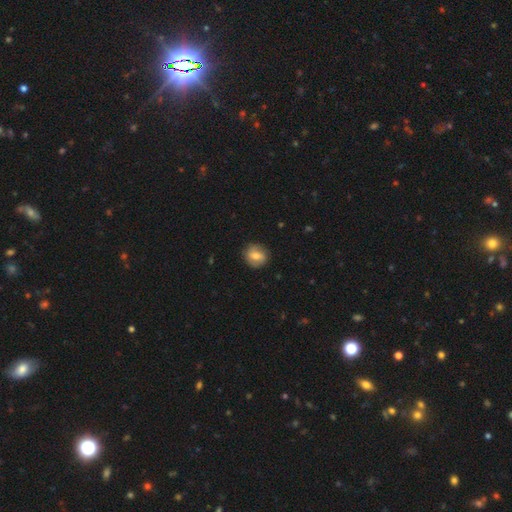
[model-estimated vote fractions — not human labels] Q: Smooth or featured?
A: smooth (61%); runner-up: featured or disk (31%)
Q: How rounded?
A: round (75%); runner-up: in between (23%)
Q: Merging?
A: none (83%); runner-up: minor disturbance (13%)